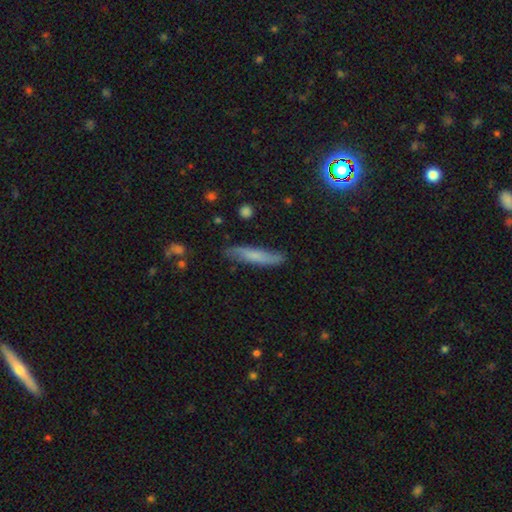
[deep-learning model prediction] The model was most divided on "smooth or featured": smooth: 61%, featured or disk: 30%, star or artifact: 8%. More confident: how rounded — cigar-shaped (88%); merging — none (77%).